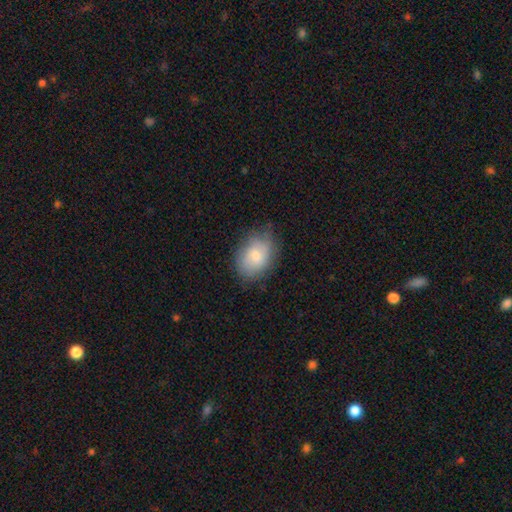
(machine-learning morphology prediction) smooth-or-featured: smooth: 64% | featured or disk: 28% | star or artifact: 7%
  how-rounded: in between: 74% | round: 24% | cigar-shaped: 1%
  merging: none: 70% | minor disturbance: 22% | major disturbance: 6% | merger: 1%